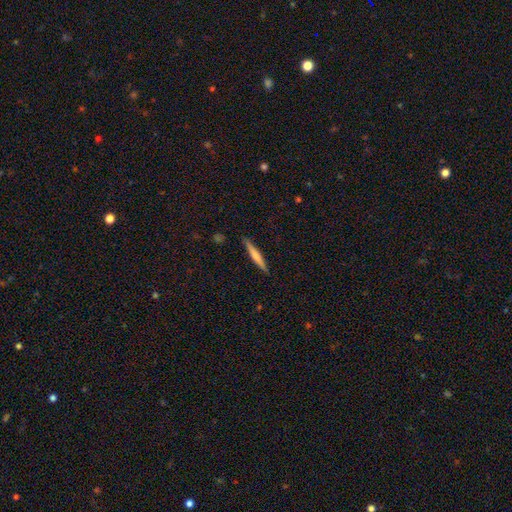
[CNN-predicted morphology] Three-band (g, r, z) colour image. It shows a smooth galaxy with no disk features (55%) that is cigar-shaped (94%). Merging: none (89%).